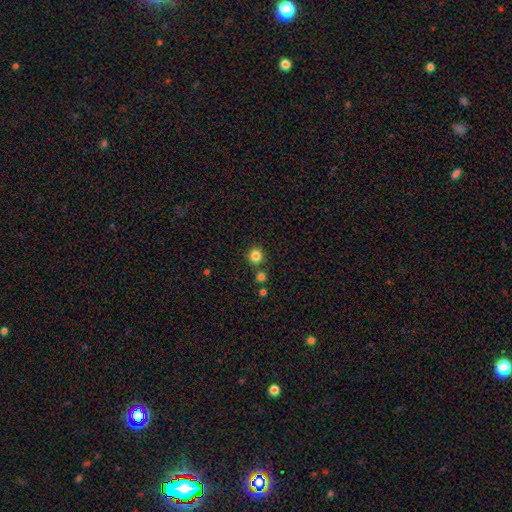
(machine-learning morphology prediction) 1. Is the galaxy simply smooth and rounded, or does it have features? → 83% smooth, 12% star or artifact, 5% featured or disk.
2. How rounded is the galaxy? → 93% round, 6% in between, 1% cigar-shaped.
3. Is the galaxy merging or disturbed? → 83% none, 8% merger, 7% minor disturbance, 2% major disturbance.